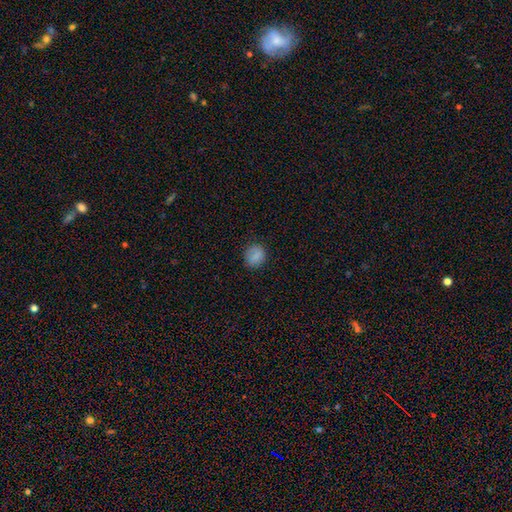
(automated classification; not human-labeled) Smooth or featured?
  - smooth: 82% *
  - star or artifact: 10%
  - featured or disk: 7%
How rounded?
  - round: 71% *
  - in between: 27%
  - cigar-shaped: 1%
Merging?
  - none: 85% *
  - minor disturbance: 11%
  - major disturbance: 3%
  - merger: 1%